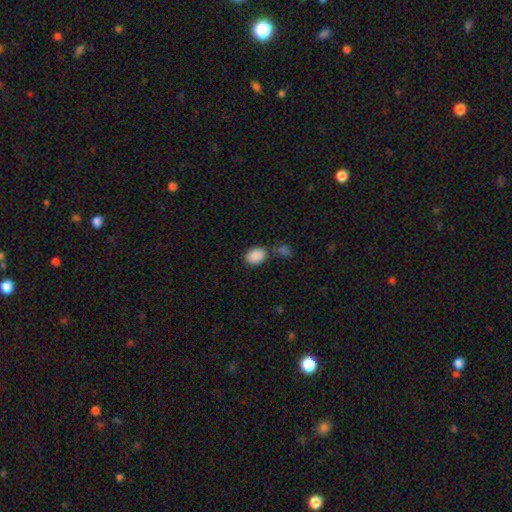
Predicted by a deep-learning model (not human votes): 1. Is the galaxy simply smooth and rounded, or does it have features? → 88% smooth, 8% star or artifact, 3% featured or disk.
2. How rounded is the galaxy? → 77% in between, 22% round, 1% cigar-shaped.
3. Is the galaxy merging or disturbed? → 63% none, 18% merger, 14% minor disturbance, 5% major disturbance.